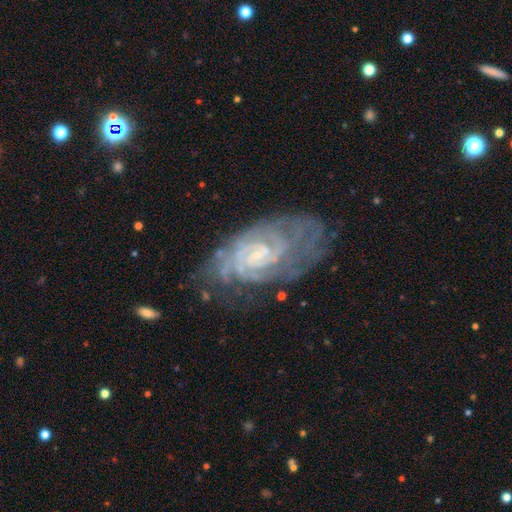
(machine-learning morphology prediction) smooth-or-featured: featured or disk: 85% | smooth: 8% | star or artifact: 7%
  disk-edge-on: no: 95% | yes: 5%
    bar: no: 51% | weak: 39% | strong: 10%
    has-spiral-arms: yes: 96% | no: 4%
      spiral-winding: tight: 73% | medium: 23% | loose: 4%
      spiral-arm-count: can't tell: 34% | 2: 26% | 3: 15% | 4: 12% | more than 4: 7% | 1: 6%
    bulge-size: small: 72% | moderate: 15% | none: 11% | large: 1% | dominant: 1%
  merging: none: 65% | minor disturbance: 22% | major disturbance: 10% | merger: 2%